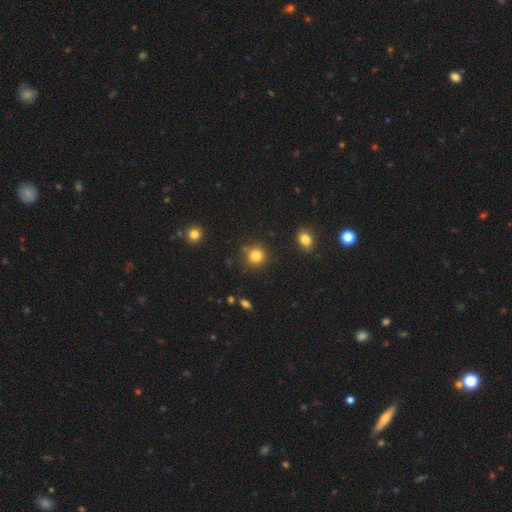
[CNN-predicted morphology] A smooth galaxy with no disk features (84%) that is round (91%).

Vote fractions:
- Smooth or featured? smooth: 84% / star or artifact: 11% / featured or disk: 5%
- How rounded? round: 91% / in between: 8% / cigar-shaped: 1%
- Merging? none: 85% / minor disturbance: 9% / merger: 3% / major disturbance: 3%